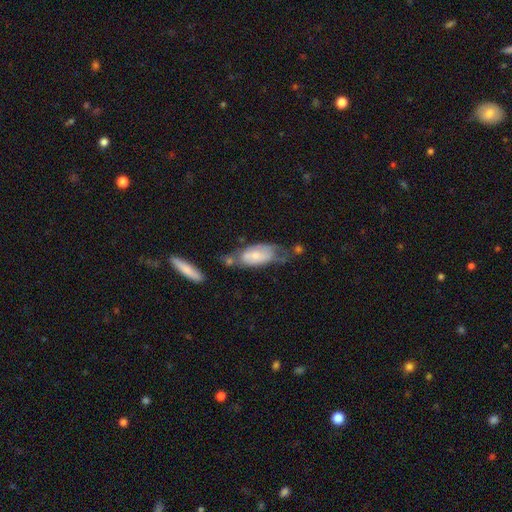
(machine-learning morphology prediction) type=smooth (56%); roundness=in between (85%); merging=minor disturbance (28%).